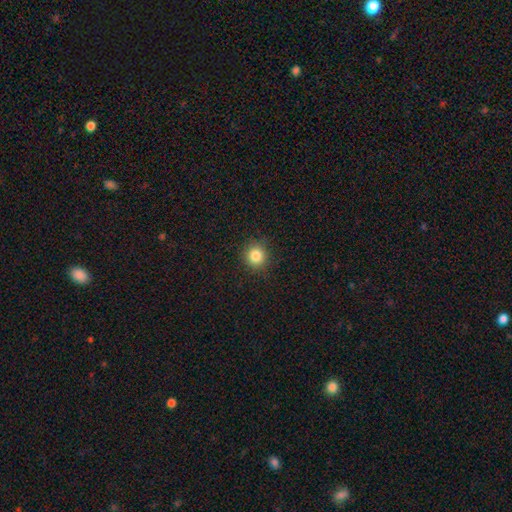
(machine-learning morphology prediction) Smooth or featured? Predicted: smooth (p=0.83). How rounded? Predicted: round (p=0.91). Merging? Predicted: none (p=0.89).